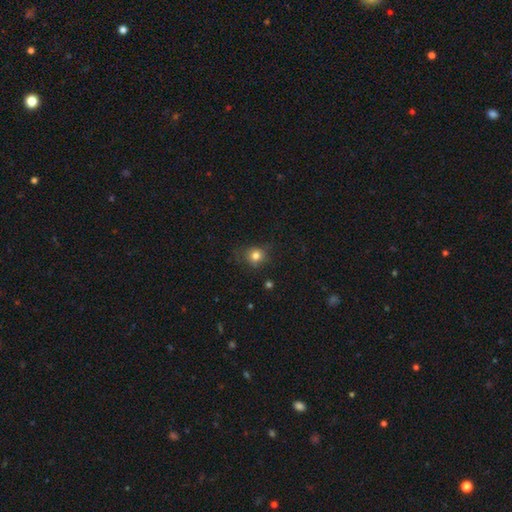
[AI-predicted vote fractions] smooth-or-featured: smooth: 79% | star or artifact: 13% | featured or disk: 8%
  how-rounded: round: 79% | in between: 20% | cigar-shaped: 1%
  merging: none: 71% | minor disturbance: 20% | major disturbance: 7% | merger: 2%